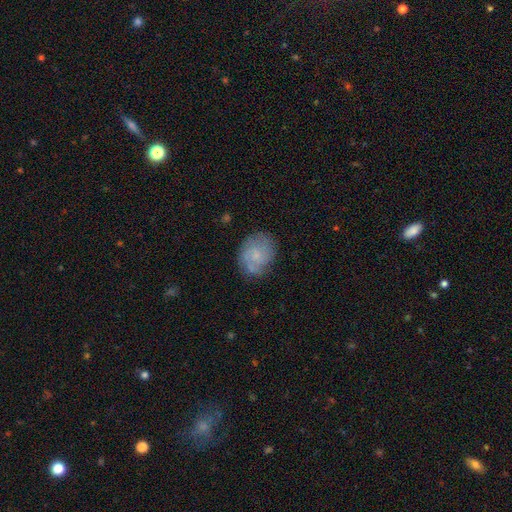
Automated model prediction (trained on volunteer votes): The model was most divided on "smooth or featured": featured or disk: 52%, smooth: 41%, star or artifact: 8%. More confident: edge-on disk — no (98%); spiral arms — yes (83%); bar — no (74%); merging — none (70%); bulge size — small (63%).